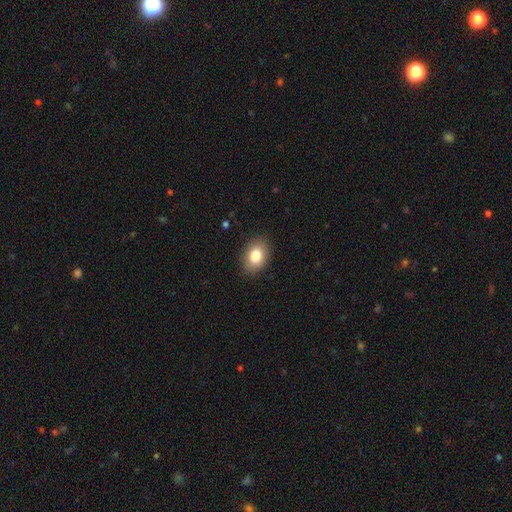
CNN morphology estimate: type=smooth (82%); roundness=in between (78%); merging=none (87%).